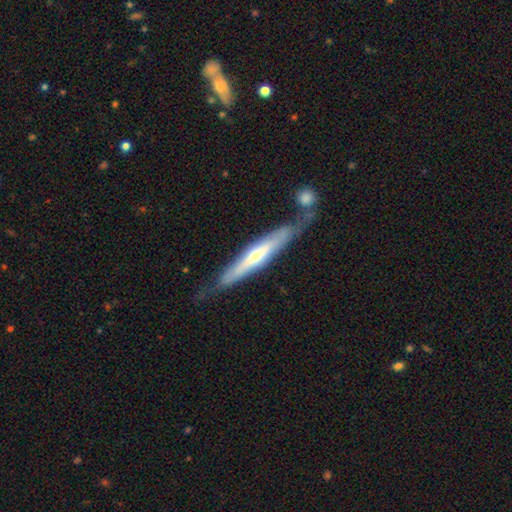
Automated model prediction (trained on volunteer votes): This appears to be a featured or disk galaxy (64%) viewed edge-on (81%) with a rounded central bulge (69%). Merging: none (58%).